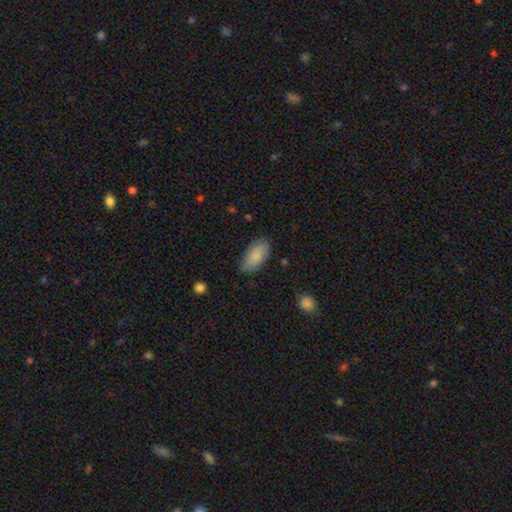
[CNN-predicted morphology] This is clearly a smooth galaxy (86%). How rounded: clearly in between (93%). Merging: likely none (78%).